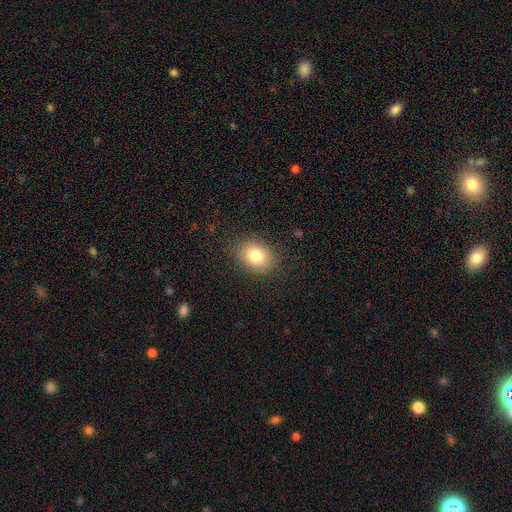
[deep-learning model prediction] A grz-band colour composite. It shows a smooth galaxy with no disk features (81%) that is in between round and cigar-shaped (65%). Merging: none (87%).